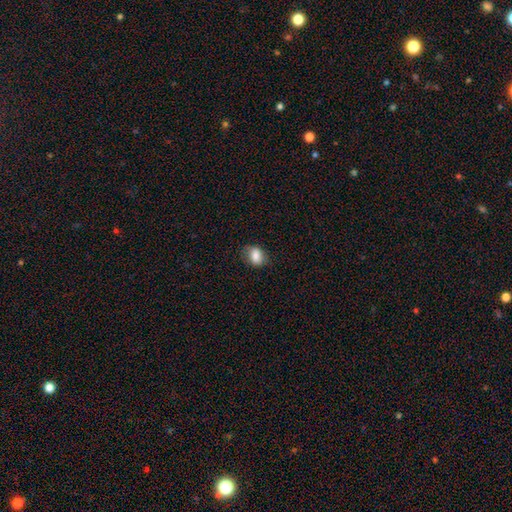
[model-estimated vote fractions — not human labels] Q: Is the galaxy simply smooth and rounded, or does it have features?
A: smooth — 84%.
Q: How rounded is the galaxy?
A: in between — 72%.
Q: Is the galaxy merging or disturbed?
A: none — 75%.